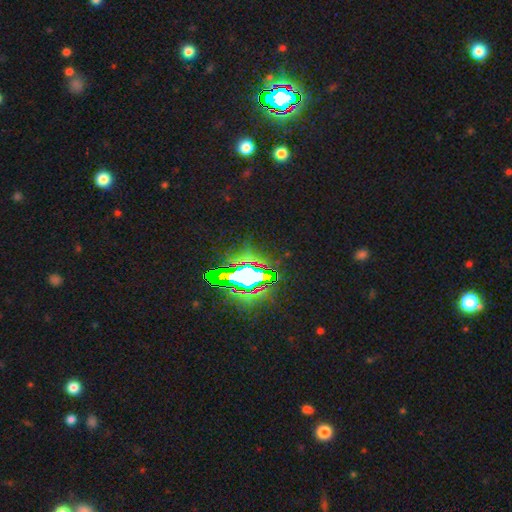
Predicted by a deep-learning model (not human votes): Smooth or featured: star or artifact — 84% (smooth — 8%)